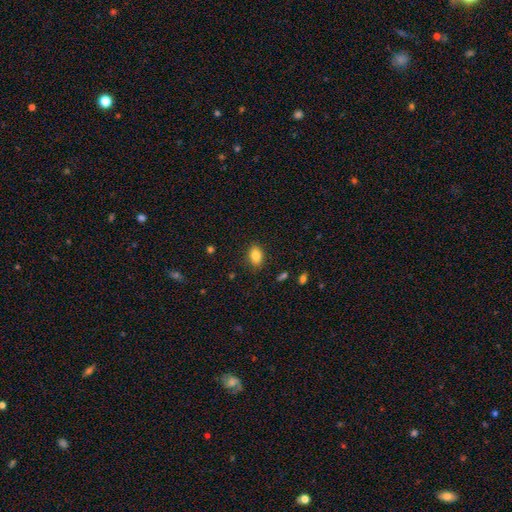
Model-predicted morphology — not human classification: Smooth or featured? smooth (84%)
How rounded? in between (81%)
Merging? none (86%)